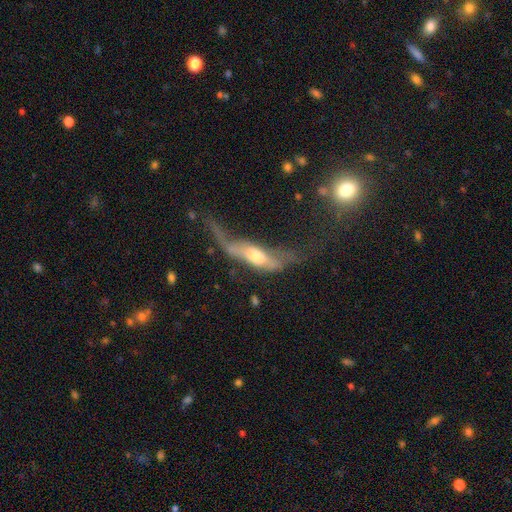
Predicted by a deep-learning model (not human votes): Morphology: type=featured or disk (58%); edge-on=no (56%); merging=major disturbance (50%).